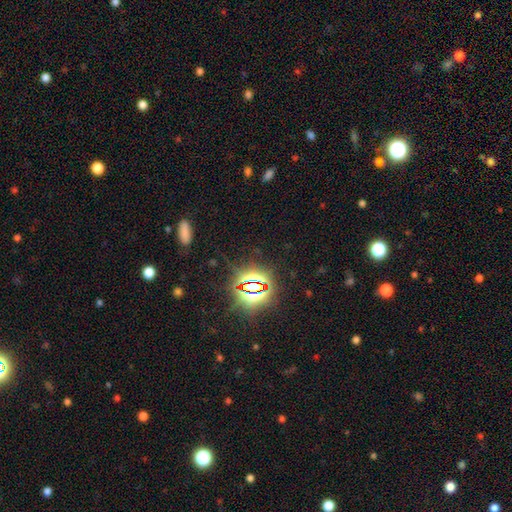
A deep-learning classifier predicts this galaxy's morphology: type=star or artifact (78%).